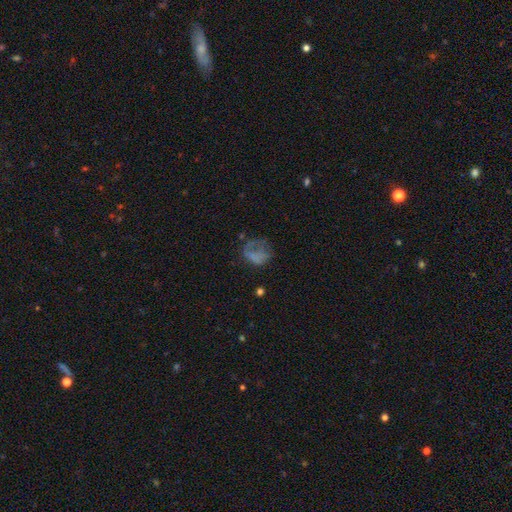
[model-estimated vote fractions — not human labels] Smooth or featured?
  - smooth: 56% *
  - featured or disk: 28%
  - star or artifact: 16%
How rounded?
  - in between: 50% *
  - round: 48%
  - cigar-shaped: 2%
Merging?
  - major disturbance: 43% *
  - none: 31%
  - minor disturbance: 22%
  - merger: 3%